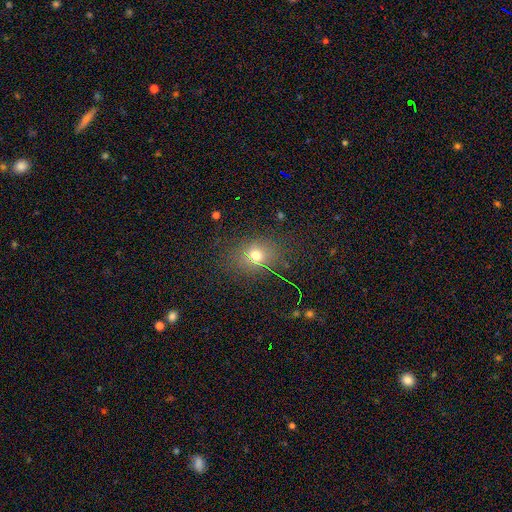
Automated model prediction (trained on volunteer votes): The model was most divided on "how rounded": round: 52%, in between: 46%, cigar-shaped: 2%. More confident: merging — none (81%); smooth or featured — smooth (67%).